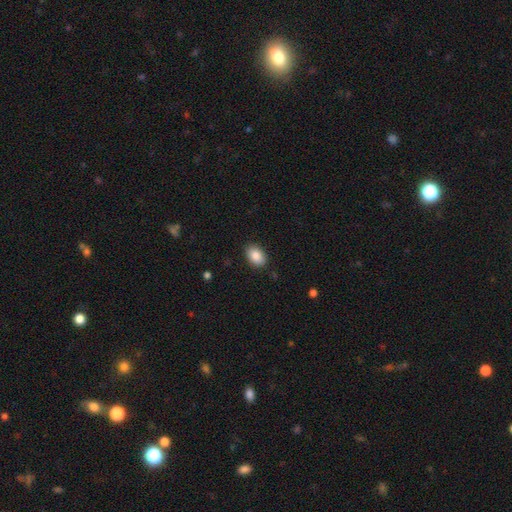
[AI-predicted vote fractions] Smooth or featured?
  - smooth: 88% *
  - star or artifact: 7%
  - featured or disk: 5%
How rounded?
  - in between: 87% *
  - round: 12%
  - cigar-shaped: 1%
Merging?
  - none: 87% *
  - minor disturbance: 9%
  - major disturbance: 2%
  - merger: 1%